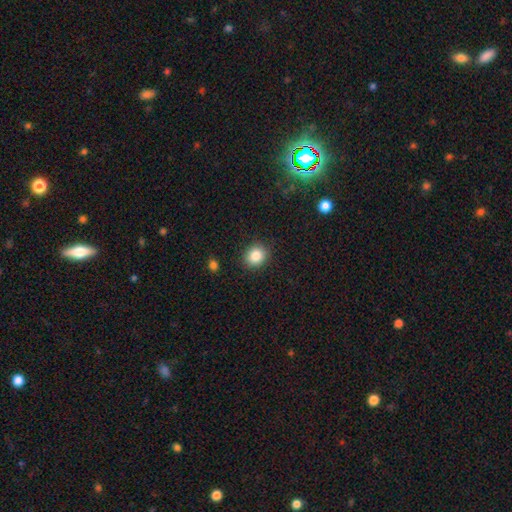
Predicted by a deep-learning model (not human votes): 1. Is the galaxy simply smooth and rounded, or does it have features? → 86% smooth, 10% star or artifact, 5% featured or disk.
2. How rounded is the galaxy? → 71% round, 29% in between, 1% cigar-shaped.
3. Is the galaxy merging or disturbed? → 88% none, 8% minor disturbance, 3% major disturbance, 1% merger.